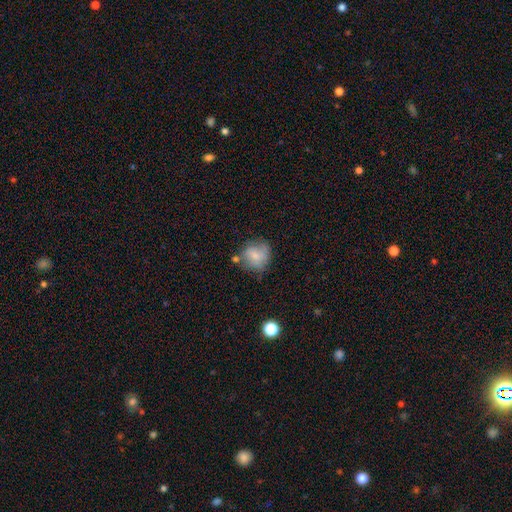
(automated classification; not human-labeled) smooth-or-featured: smooth: 75% | featured or disk: 16% | star or artifact: 9%
  how-rounded: round: 78% | in between: 21% | cigar-shaped: 1%
  merging: none: 56% | minor disturbance: 26% | major disturbance: 10% | merger: 9%